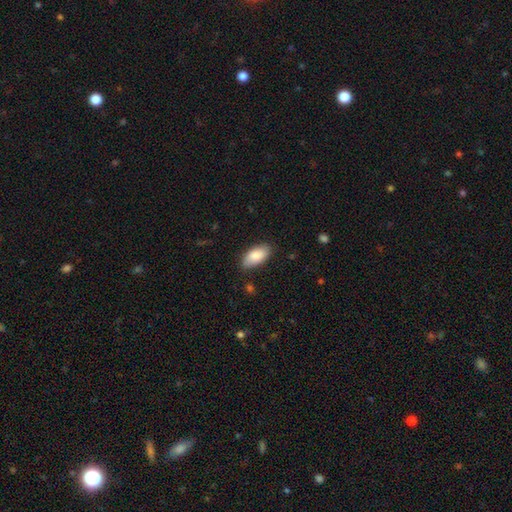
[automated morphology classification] Smooth or featured? Predicted: smooth (p=0.86). How rounded? Predicted: in between (p=0.93). Merging? Predicted: none (p=0.81).